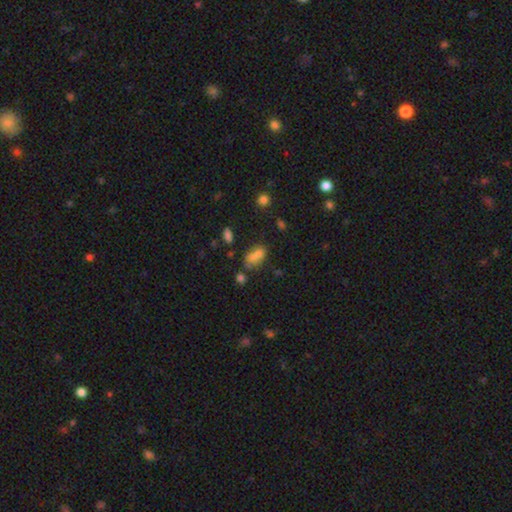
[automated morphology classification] Smooth or featured? Predicted: smooth (p=0.69). How rounded? Predicted: in between (p=0.80). Merging? Predicted: none (p=0.37, tied with merger).